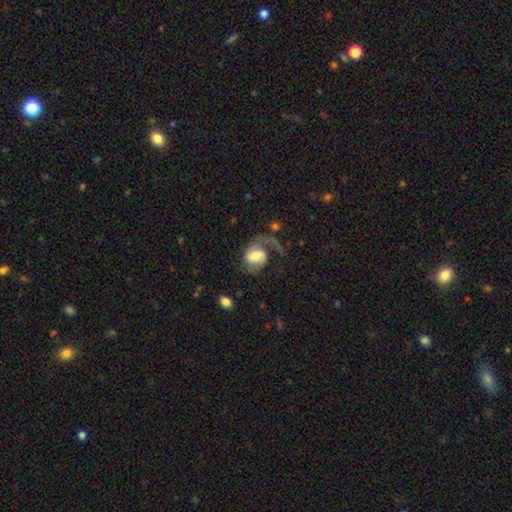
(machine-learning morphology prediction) smooth-or-featured: featured or disk: 80% | smooth: 14% | star or artifact: 6%
  disk-edge-on: no: 98% | yes: 2%
    bar: weak: 49% | no: 26% | strong: 25%
    has-spiral-arms: yes: 95% | no: 5%
      spiral-winding: medium: 48% | loose: 35% | tight: 18%
      spiral-arm-count: 2: 66% | 1: 28% | can't tell: 3% | 3: 1% | 4: 1% | more than 4: 1%
    bulge-size: moderate: 40% | large: 29% | small: 19% | none: 8% | dominant: 4%
  merging: none: 46% | major disturbance: 33% | minor disturbance: 17% | merger: 3%